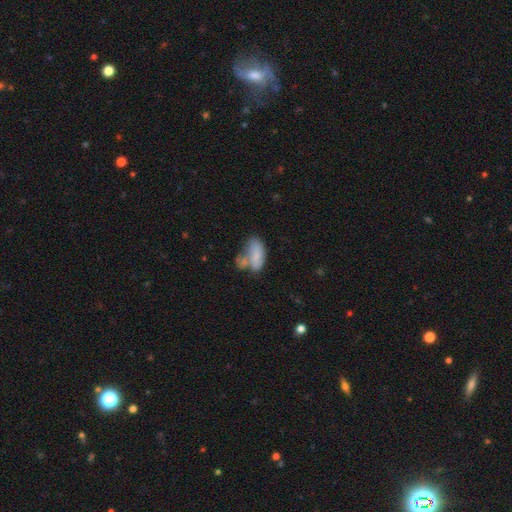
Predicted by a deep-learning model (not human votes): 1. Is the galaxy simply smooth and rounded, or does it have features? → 73% smooth, 19% featured or disk, 8% star or artifact.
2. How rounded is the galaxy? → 90% in between, 6% cigar-shaped, 4% round.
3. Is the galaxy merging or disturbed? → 35% merger, 29% none, 22% minor disturbance, 14% major disturbance.